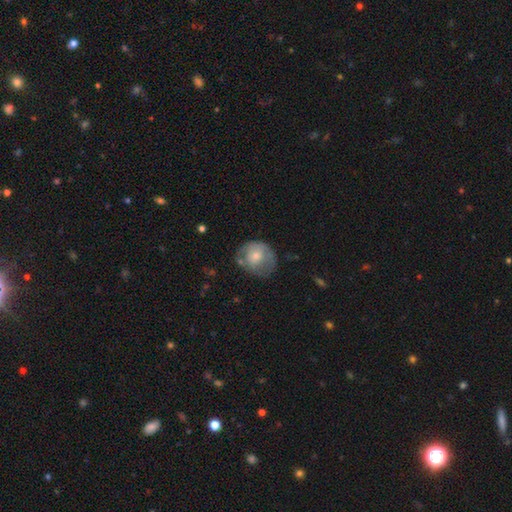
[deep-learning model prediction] smooth-or-featured: smooth: 61% | featured or disk: 33% | star or artifact: 7%
  how-rounded: round: 69% | in between: 30% | cigar-shaped: 1%
  merging: none: 47% | minor disturbance: 31% | major disturbance: 18% | merger: 4%